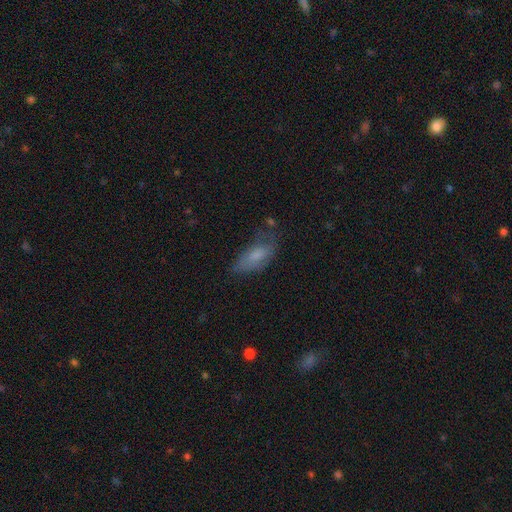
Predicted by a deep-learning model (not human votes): This is likely a smooth galaxy (69%). How rounded: likely in between (80%). Merging: possibly none (47%).